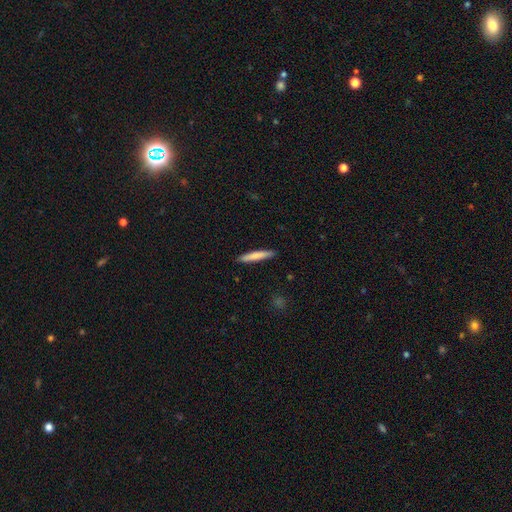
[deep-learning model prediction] smooth 76%, featured or disk 19%, star or artifact 5%. Down the decision tree: how rounded — cigar-shaped (93%); merging — none (90%).